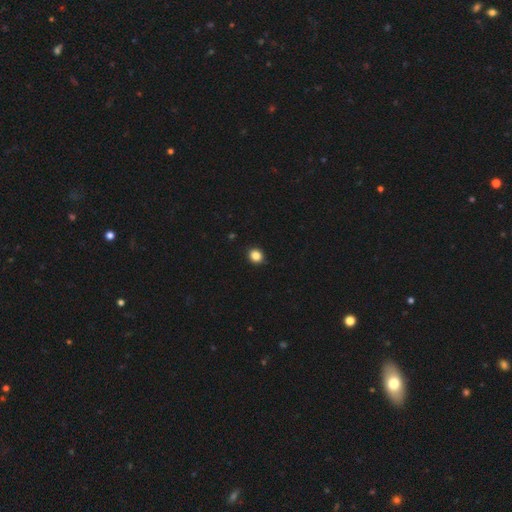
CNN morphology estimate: The model was most divided on "how rounded": round: 85%, in between: 15%, cigar-shaped: 1%. More confident: merging — none (92%); smooth or featured — smooth (85%).